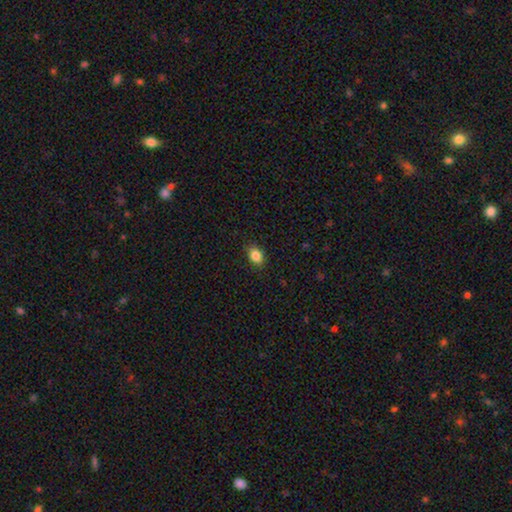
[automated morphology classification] A smooth galaxy with no disk features (85%) that is in between round and cigar-shaped (68%).

Vote fractions:
- Smooth or featured? smooth: 85% / star or artifact: 10% / featured or disk: 5%
- How rounded? in between: 68% / round: 30% / cigar-shaped: 1%
- Merging? none: 87% / minor disturbance: 10% / major disturbance: 2% / merger: 1%